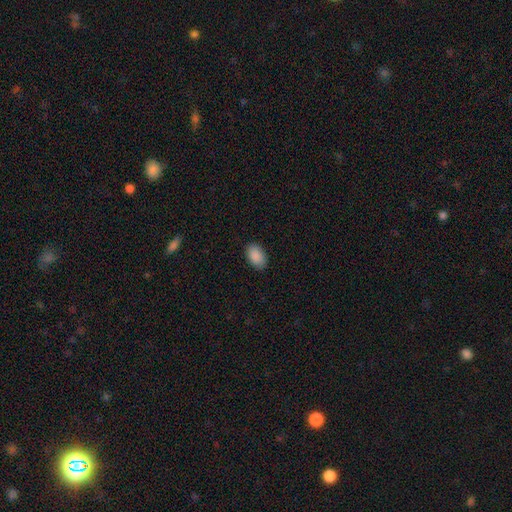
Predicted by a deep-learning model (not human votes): Smooth or featured? Predicted: smooth (p=0.90). How rounded? Predicted: in between (p=0.92). Merging? Predicted: none (p=0.88).